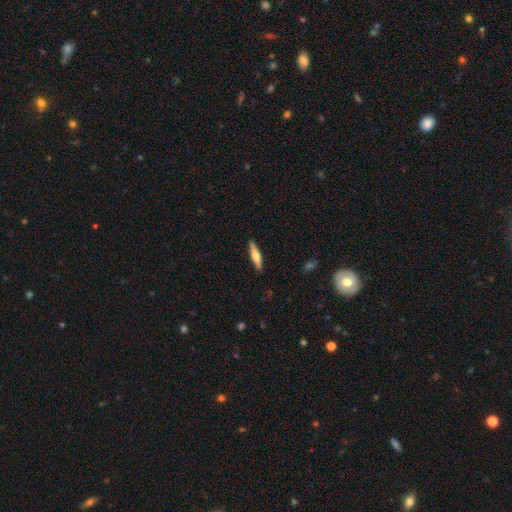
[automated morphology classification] This is possibly a smooth galaxy (50%). Merging: clearly none (89%).